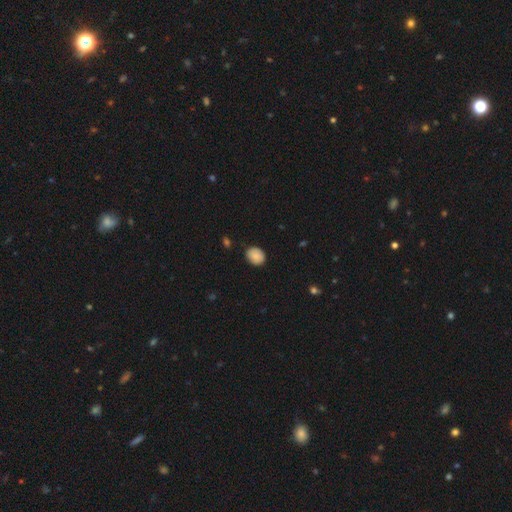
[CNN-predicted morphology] Overall: smooth (86%). How rounded: round (54%; in between 45%). Merging: none (82%).